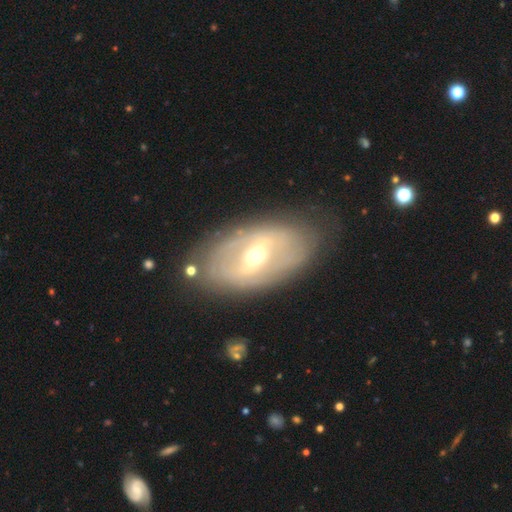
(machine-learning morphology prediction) A featured or disk galaxy (75%) with a strong bar (42%), spiral arms (57%) and a moderate central bulge (68%).

Vote fractions:
- Smooth or featured? featured or disk: 75% / smooth: 19% / star or artifact: 6%
- Edge-on disk? no: 91% / yes: 9%
- Bar? strong: 42% / weak: 41% / no: 17%
- Spiral arms? yes: 57% / no: 43%
- Bulge size? moderate: 68% / small: 23% / large: 6% / dominant: 1% / none: 1%
- Merging? none: 77% / minor disturbance: 15% / major disturbance: 6% / merger: 2%